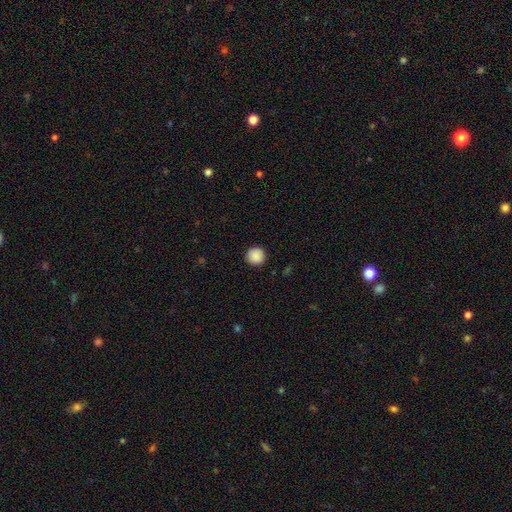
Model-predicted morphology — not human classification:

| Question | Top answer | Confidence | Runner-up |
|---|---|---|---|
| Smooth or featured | smooth | 89% | star or artifact (8%) |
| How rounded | round | 95% | in between (4%) |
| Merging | none | 92% | minor disturbance (6%) |